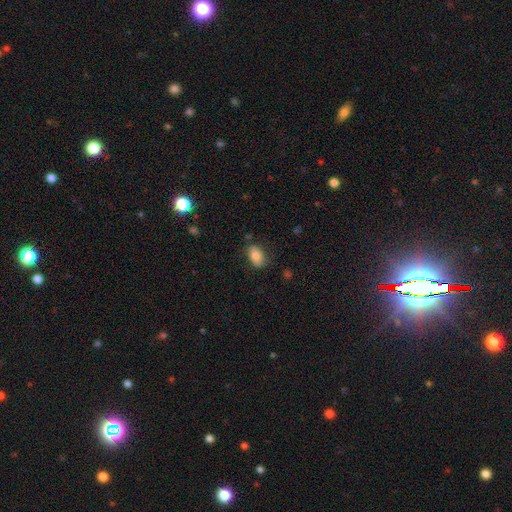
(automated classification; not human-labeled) A smooth galaxy with no disk features (80%) that is in between round and cigar-shaped (89%). Merging: none (75%).